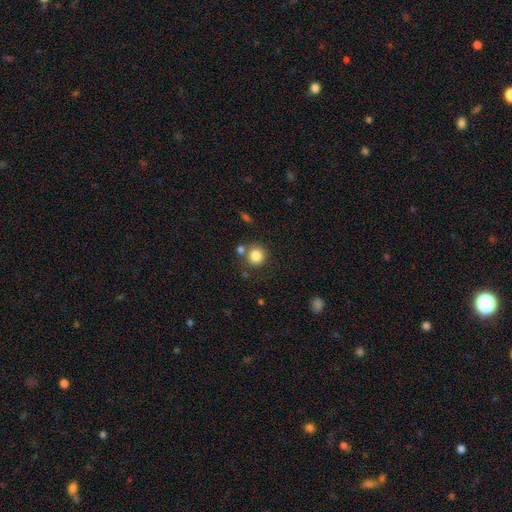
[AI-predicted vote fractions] This appears to be a smooth galaxy with no disk features (84%) that is round (89%). Merging: none (71%).